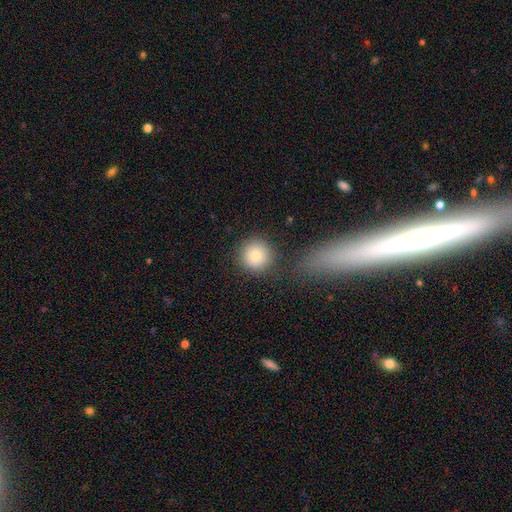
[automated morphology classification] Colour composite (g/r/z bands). It shows a smooth galaxy with no disk features (83%) that is round (94%). Merging: none (81%).